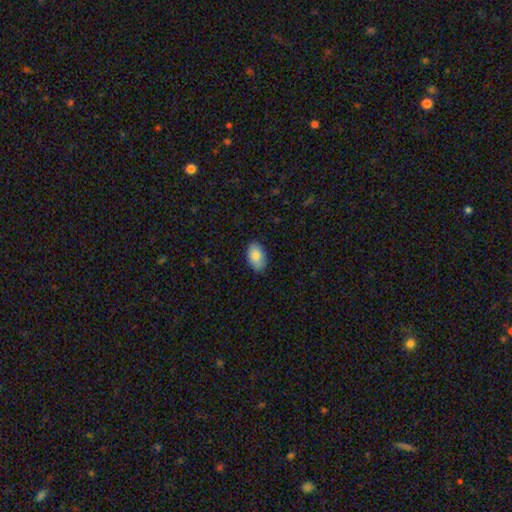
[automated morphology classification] This appears to be a smooth galaxy with no disk features (85%) that is in between round and cigar-shaped (93%). Merging: none (85%).